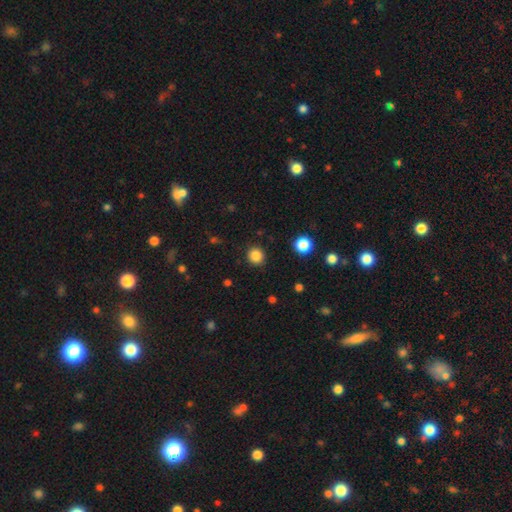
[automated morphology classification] Smooth or featured? smooth (85%)
How rounded? round (89%)
Merging? none (90%)